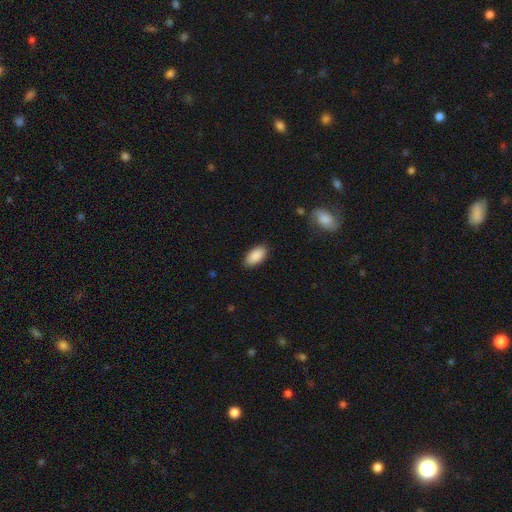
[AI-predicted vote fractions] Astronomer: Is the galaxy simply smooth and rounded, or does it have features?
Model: smooth — 90%.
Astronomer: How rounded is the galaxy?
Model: in between — 94%.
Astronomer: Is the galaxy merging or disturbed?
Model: none — 87%.